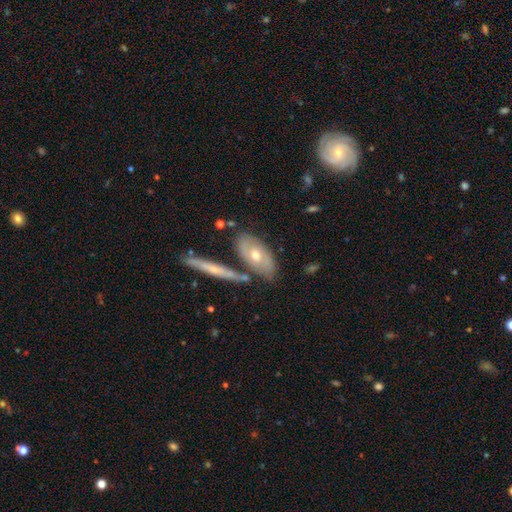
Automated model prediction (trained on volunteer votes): A featured or disk galaxy (54%). Merging: none (66%).